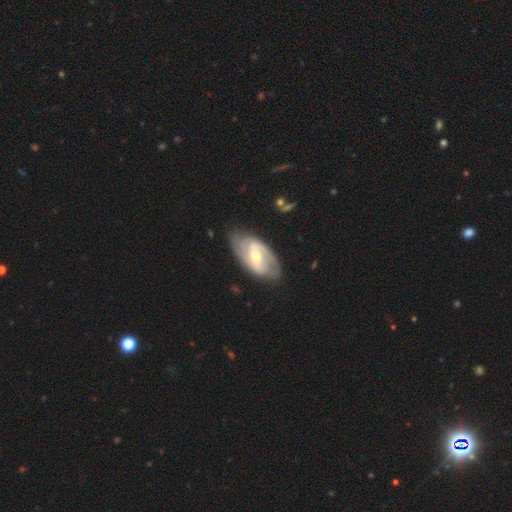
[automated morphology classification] Overall: featured or disk (75%). Edge-on disk: no (94%). Bar: weak (47%; strong 30%). Spiral arms: yes (86%). Spiral arm count: 2 (69%). Spiral winding: tight (42%; medium 41%). Bulge size: moderate (56%; small 39%). Merging: none (74%).